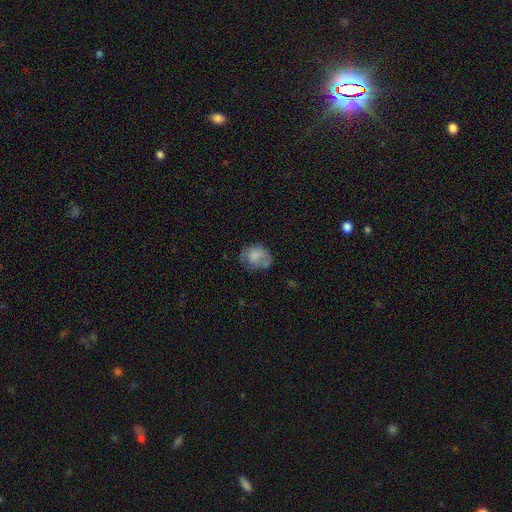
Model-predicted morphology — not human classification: Smooth or featured? Predicted: smooth (p=0.70). How rounded? Predicted: round (p=0.51). Merging? Predicted: none (p=0.46).